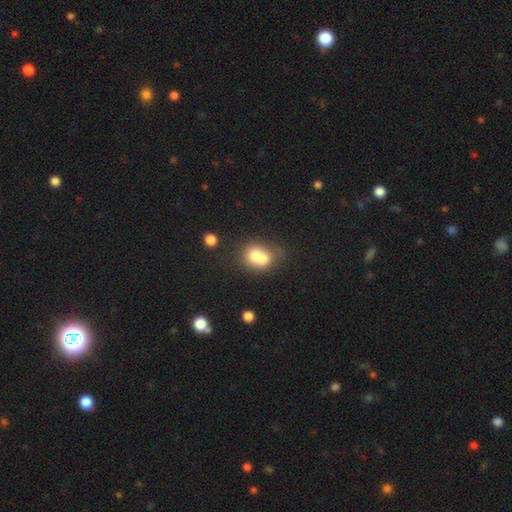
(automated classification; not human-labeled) Smooth or featured? Predicted: smooth (p=0.68). How rounded? Predicted: round (p=0.56). Merging? Predicted: merger (p=0.62).